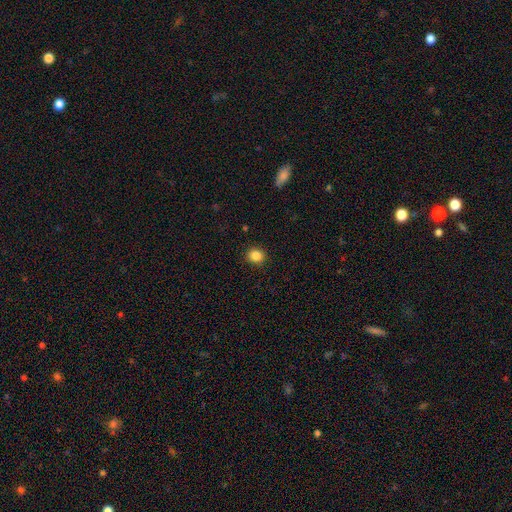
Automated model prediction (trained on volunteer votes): smooth 86%, star or artifact 11%, featured or disk 4%. Down the decision tree: how rounded — round (84%); merging — none (91%).